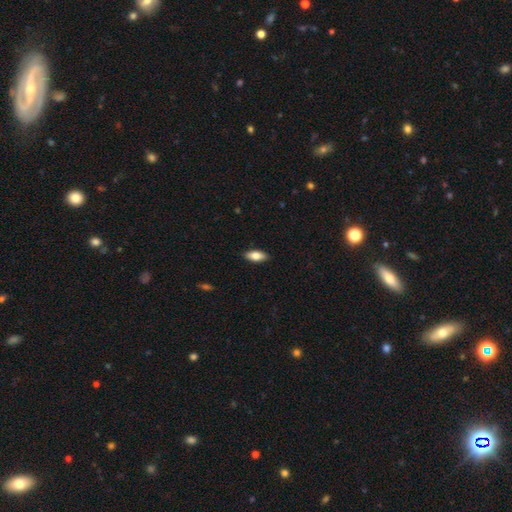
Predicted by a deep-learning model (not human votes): Smooth or featured? Predicted: smooth (p=0.75). How rounded? Predicted: in between (p=0.81). Merging? Predicted: none (p=0.89).